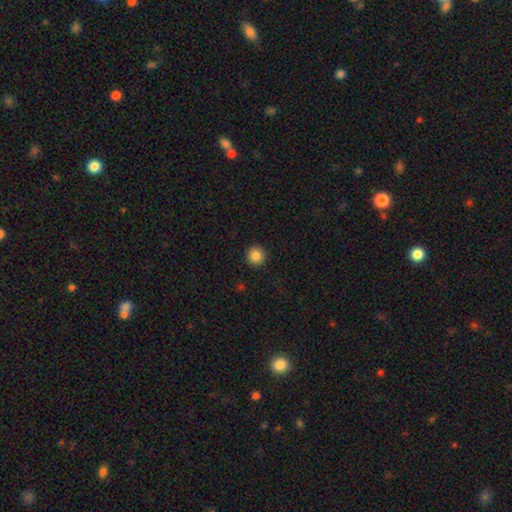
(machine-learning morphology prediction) Overall: smooth (86%). How rounded: round (96%). Merging: none (93%).